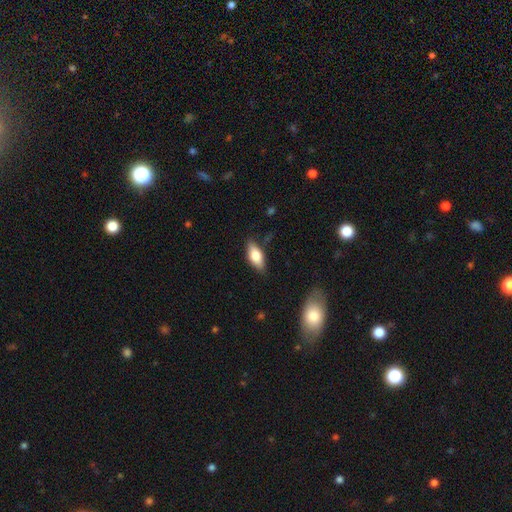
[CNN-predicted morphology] Q: Smooth or featured?
A: smooth (68%); runner-up: featured or disk (25%)
Q: How rounded?
A: in between (82%); runner-up: cigar-shaped (15%)
Q: Merging?
A: none (82%); runner-up: minor disturbance (13%)